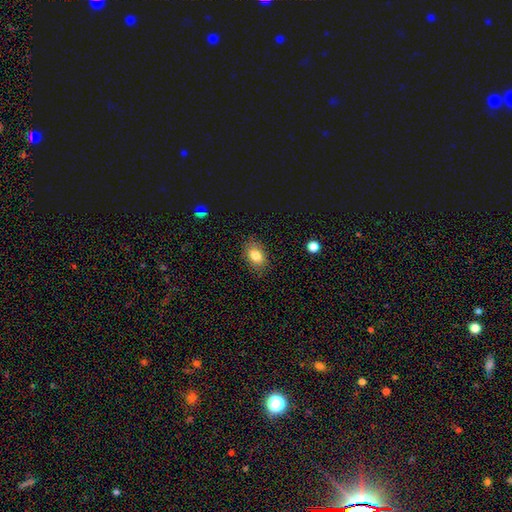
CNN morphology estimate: Q: Smooth or featured?
A: smooth (82%); runner-up: featured or disk (9%)
Q: How rounded?
A: in between (81%); runner-up: round (18%)
Q: Merging?
A: none (84%); runner-up: minor disturbance (12%)